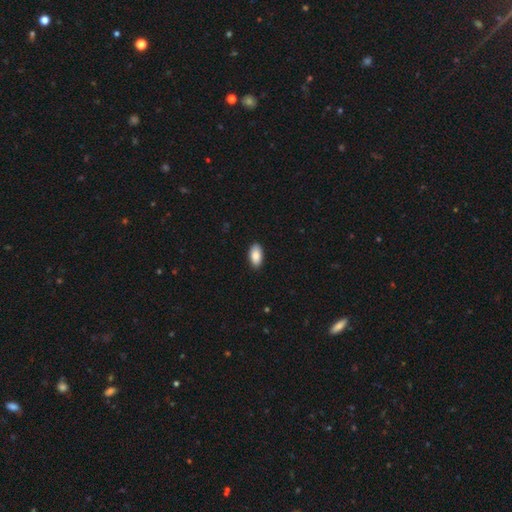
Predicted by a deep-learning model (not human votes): Morphology: type=smooth (88%); roundness=in between (94%); merging=none (90%).